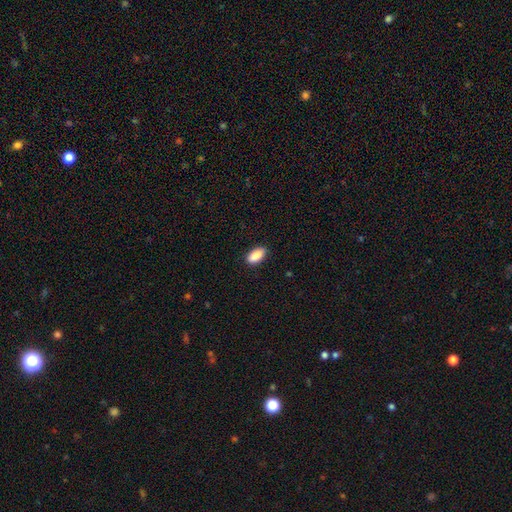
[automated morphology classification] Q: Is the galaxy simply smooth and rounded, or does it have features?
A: smooth — 90%.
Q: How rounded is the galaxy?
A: in between — 91%.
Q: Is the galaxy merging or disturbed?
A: none — 87%.